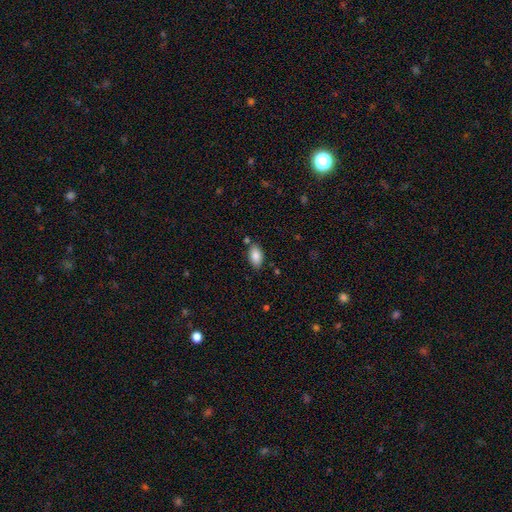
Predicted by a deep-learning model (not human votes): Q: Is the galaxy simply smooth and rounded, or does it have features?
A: smooth — 86%.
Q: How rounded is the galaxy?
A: in between — 93%.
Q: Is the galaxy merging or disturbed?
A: none — 78%.